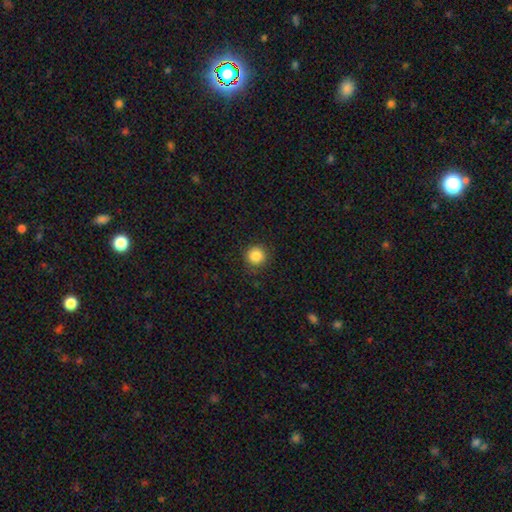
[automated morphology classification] Q: Smooth or featured?
A: smooth (86%); runner-up: star or artifact (10%)
Q: How rounded?
A: round (95%); runner-up: in between (4%)
Q: Merging?
A: none (90%); runner-up: minor disturbance (7%)